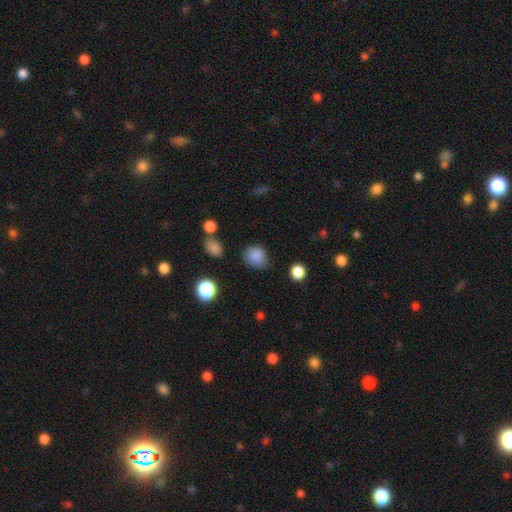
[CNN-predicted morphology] smooth_or_featured: smooth (p=0.85) [alt: star or artifact p=0.11]
how_rounded: round (p=0.76) [alt: in between p=0.23]
merging: none (p=0.72) [alt: minor disturbance p=0.20]